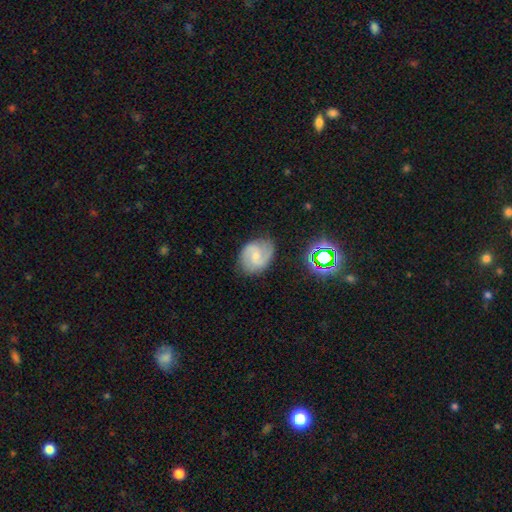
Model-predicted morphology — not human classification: smooth_or_featured: featured or disk (p=0.76) [alt: smooth p=0.17]
disk_edge_on: no (p=0.98) [alt: yes p=0.02]
bar: weak (p=0.53) [alt: no p=0.38]
has_spiral_arms: yes (p=0.96) [alt: no p=0.04]
spiral_winding: medium (p=0.53) [alt: tight p=0.25]
spiral_arm_count: 2 (p=0.86) [alt: can't tell p=0.07]
bulge_size: small (p=0.62) [alt: moderate p=0.27]
merging: none (p=0.76) [alt: minor disturbance p=0.17]